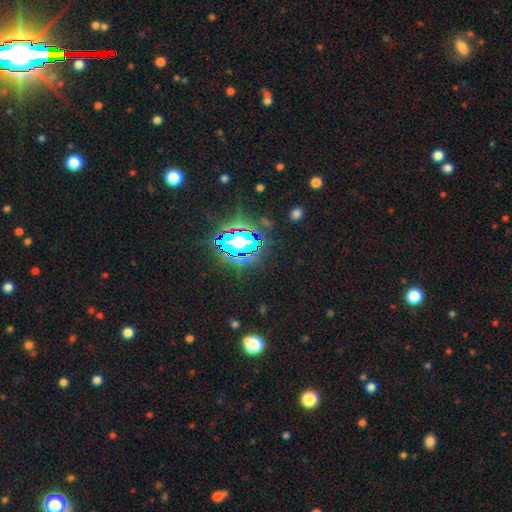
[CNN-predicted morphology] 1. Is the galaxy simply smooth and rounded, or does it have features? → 85% star or artifact, 9% smooth, 6% featured or disk.